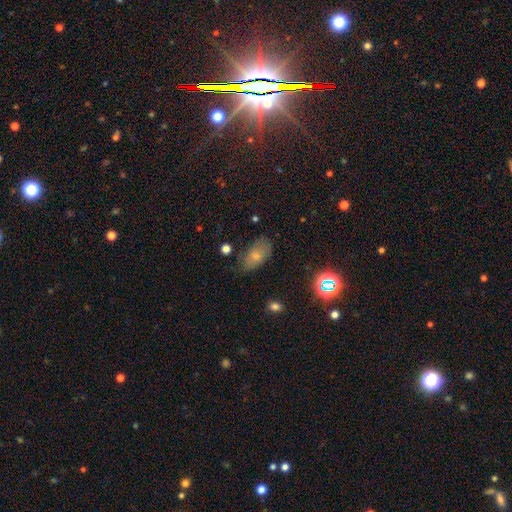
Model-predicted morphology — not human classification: Smooth or featured: smooth — 69% (featured or disk — 20%)
How rounded: in between — 92% (round — 6%)
Merging: none — 63% (minor disturbance — 27%)